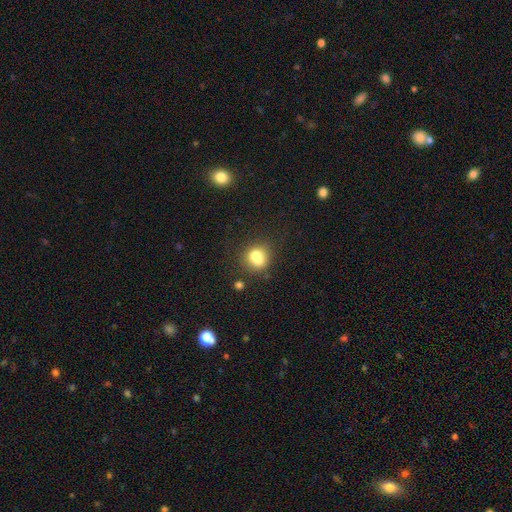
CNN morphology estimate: smooth-or-featured: smooth: 71% | featured or disk: 18% | star or artifact: 12%
  how-rounded: round: 73% | in between: 26% | cigar-shaped: 1%
  merging: none: 44% | merger: 39% | minor disturbance: 12% | major disturbance: 5%